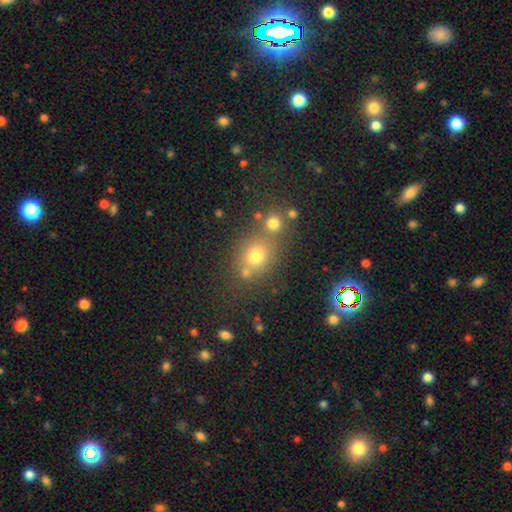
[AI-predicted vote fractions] smooth_or_featured: smooth (p=0.67) [alt: star or artifact p=0.22]
how_rounded: round (p=0.67) [alt: in between p=0.31]
merging: none (p=0.59) [alt: merger p=0.26]